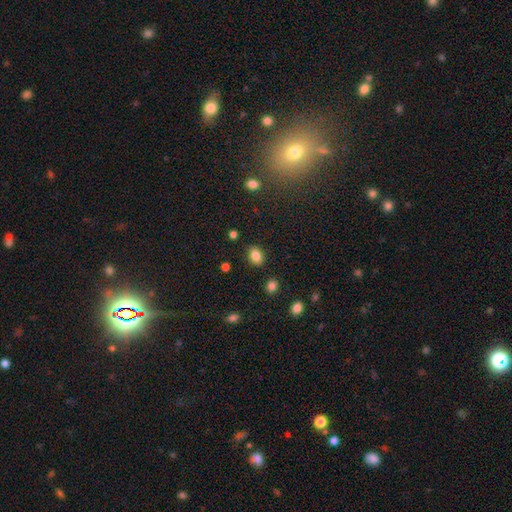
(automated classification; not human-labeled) Smooth or featured? smooth (84%)
How rounded? in between (74%)
Merging? none (85%)